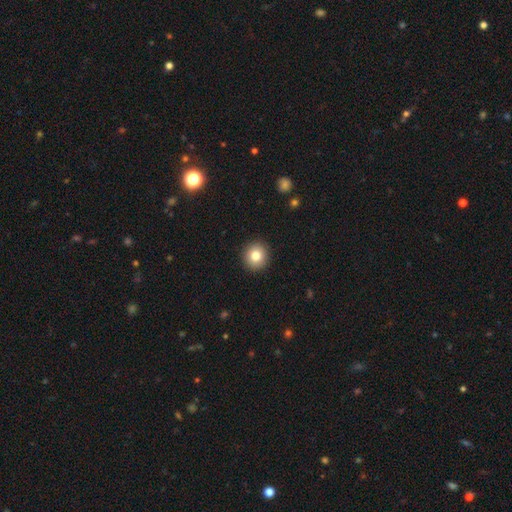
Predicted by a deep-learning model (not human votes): smooth_or_featured: smooth (p=0.81) [alt: star or artifact p=0.10]
how_rounded: round (p=0.92) [alt: in between p=0.07]
merging: none (p=0.92) [alt: minor disturbance p=0.05]